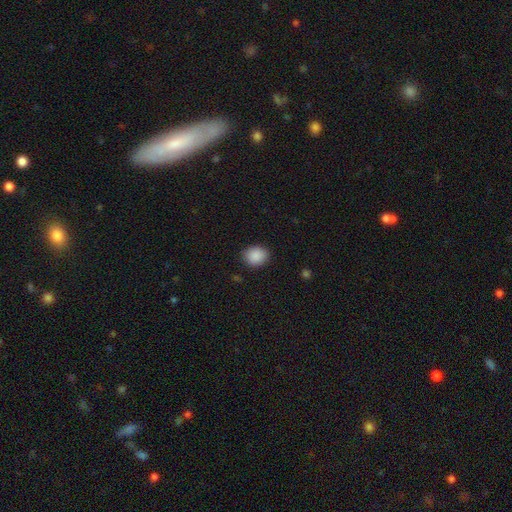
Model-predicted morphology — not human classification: smooth-or-featured: smooth: 89% | star or artifact: 8% | featured or disk: 3%
  how-rounded: round: 63% | in between: 36% | cigar-shaped: 1%
  merging: none: 87% | minor disturbance: 10% | major disturbance: 3% | merger: 1%